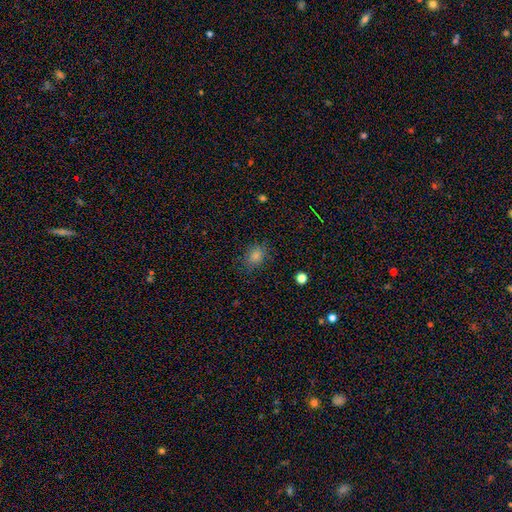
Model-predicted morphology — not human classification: type=smooth (74%); roundness=in between (53%); merging=none (83%).